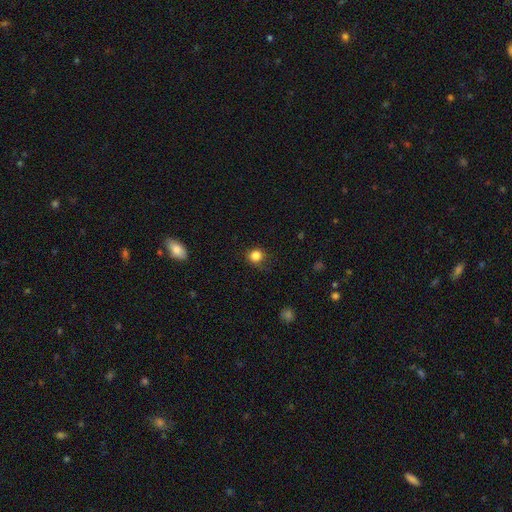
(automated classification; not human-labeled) Morphology: type=smooth (84%); roundness=round (87%); merging=none (80%).